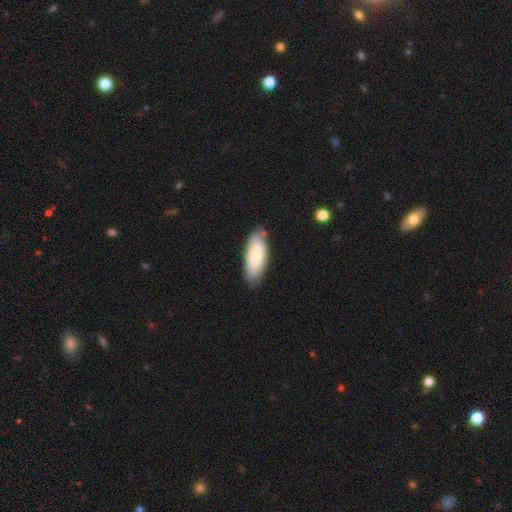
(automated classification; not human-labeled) Q: Smooth or featured?
A: smooth (76%); runner-up: featured or disk (19%)
Q: How rounded?
A: in between (77%); runner-up: cigar-shaped (21%)
Q: Merging?
A: none (75%); runner-up: minor disturbance (20%)